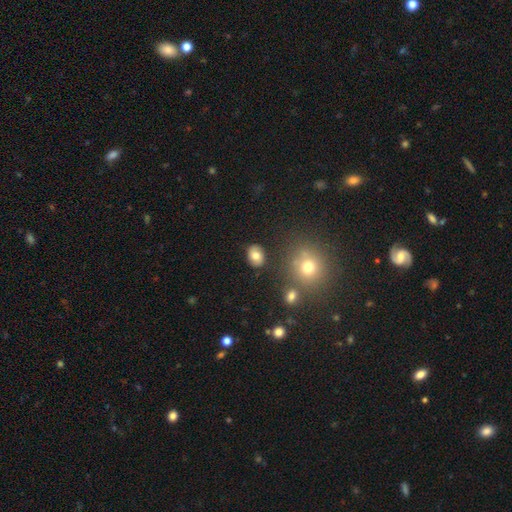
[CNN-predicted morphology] The model was most divided on "how rounded": in between: 67%, round: 32%, cigar-shaped: 1%. More confident: merging — none (84%); smooth or featured — smooth (78%).